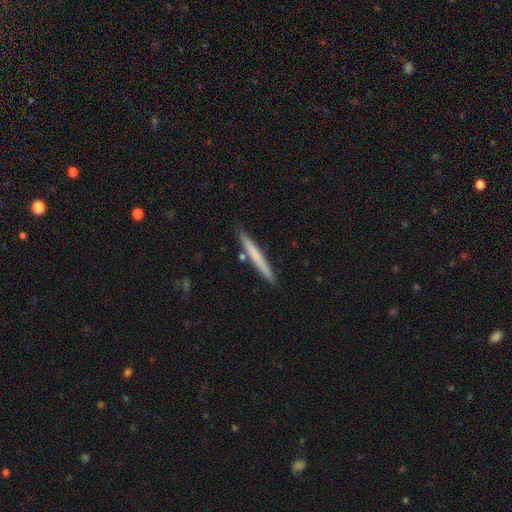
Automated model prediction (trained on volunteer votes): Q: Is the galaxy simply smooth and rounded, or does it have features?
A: smooth — 64%.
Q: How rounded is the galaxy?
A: cigar-shaped — 97%.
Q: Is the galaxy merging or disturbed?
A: none — 89%.